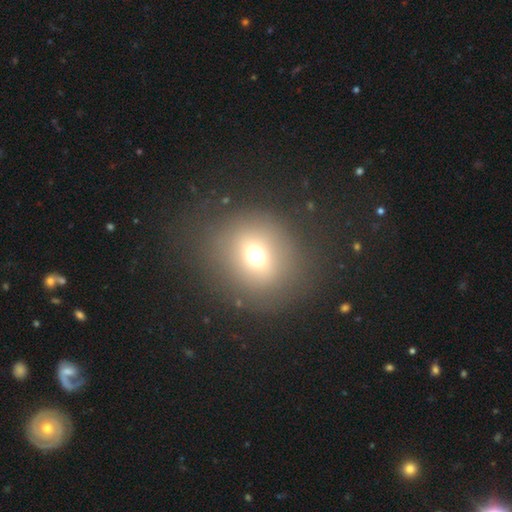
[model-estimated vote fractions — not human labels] This is likely a smooth galaxy (66%). How rounded: likely round (78%). Merging: likely none (80%).